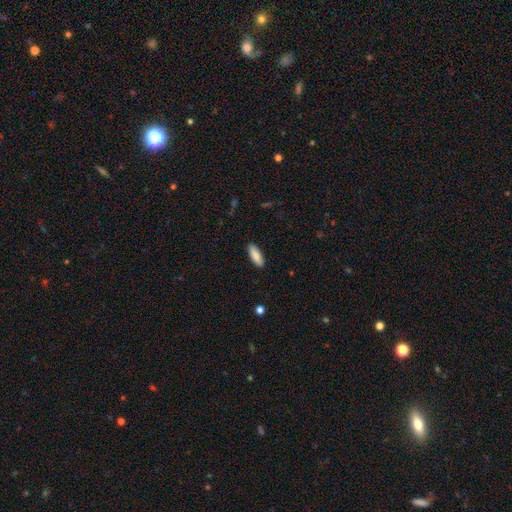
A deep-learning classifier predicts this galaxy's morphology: smooth 84%, featured or disk 10%, star or artifact 6%. Down the decision tree: how rounded — in between (65%); merging — none (90%).